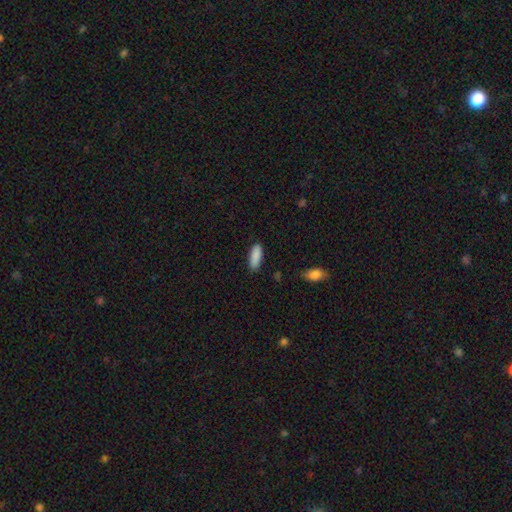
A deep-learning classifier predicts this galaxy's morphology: A smooth galaxy with no disk features (89%) that is in between round and cigar-shaped (69%). Merging: none (85%).